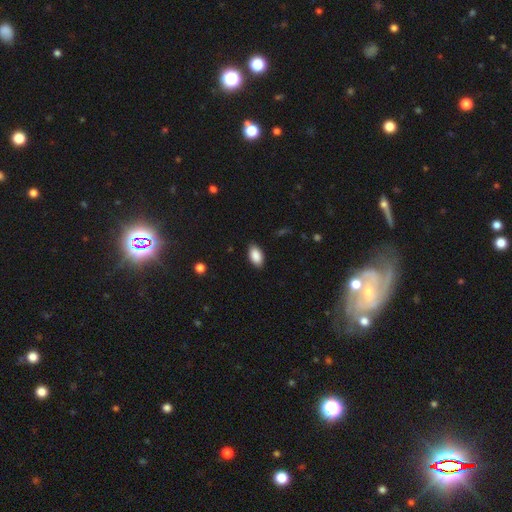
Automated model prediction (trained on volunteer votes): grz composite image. It shows a smooth galaxy with no disk features (89%) that is in between round and cigar-shaped (94%). Merging: none (87%).